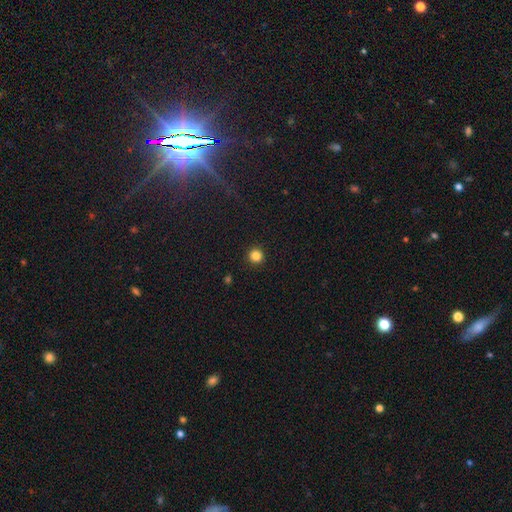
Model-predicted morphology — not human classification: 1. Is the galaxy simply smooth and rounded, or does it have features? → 84% smooth, 12% star or artifact, 4% featured or disk.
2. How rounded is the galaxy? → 94% round, 5% in between, 1% cigar-shaped.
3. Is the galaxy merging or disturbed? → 93% none, 5% minor disturbance, 2% major disturbance, 1% merger.